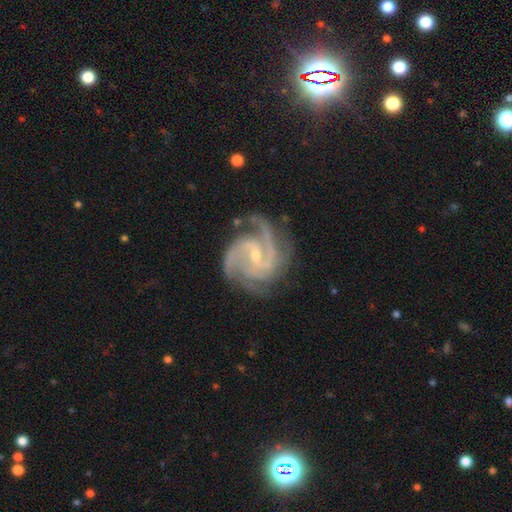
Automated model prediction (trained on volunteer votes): Q: Smooth or featured?
A: featured or disk (93%); runner-up: star or artifact (4%)
Q: Edge-on disk?
A: no (98%); runner-up: yes (2%)
Q: Bar?
A: weak (47%); runner-up: no (34%)
Q: Spiral arms?
A: yes (99%); runner-up: no (1%)
Q: Spiral winding?
A: medium (47%); tied with: tight (47%)
Q: Spiral arm count?
A: 3 (46%); runner-up: 2 (25%)
Q: Bulge size?
A: small (72%); runner-up: moderate (24%)
Q: Merging?
A: none (72%); runner-up: minor disturbance (19%)